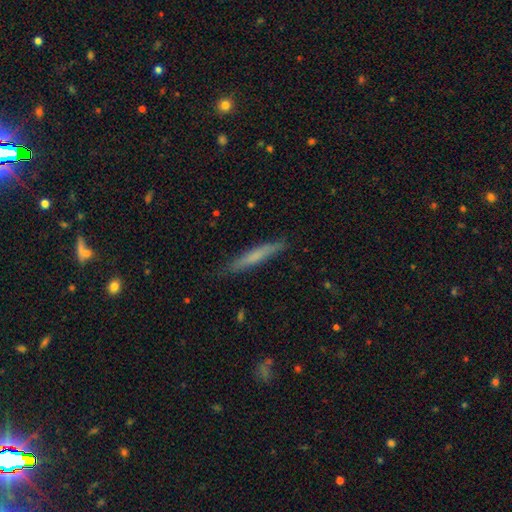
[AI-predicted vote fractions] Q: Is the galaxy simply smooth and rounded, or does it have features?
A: smooth — 60%.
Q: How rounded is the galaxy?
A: cigar-shaped — 95%.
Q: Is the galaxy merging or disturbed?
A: none — 86%.